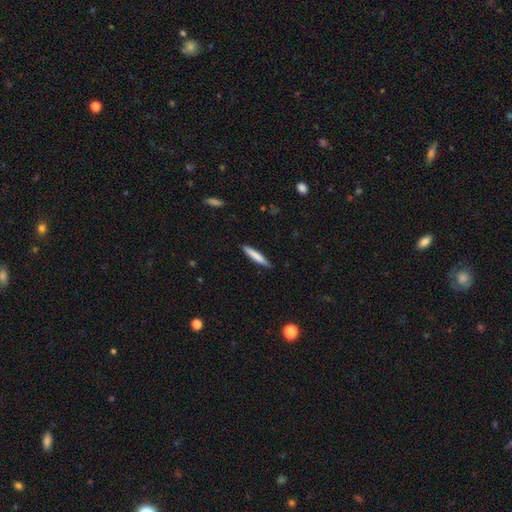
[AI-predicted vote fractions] This appears to be a smooth galaxy with no disk features (78%) that is cigar-shaped (93%). Merging: none (90%).